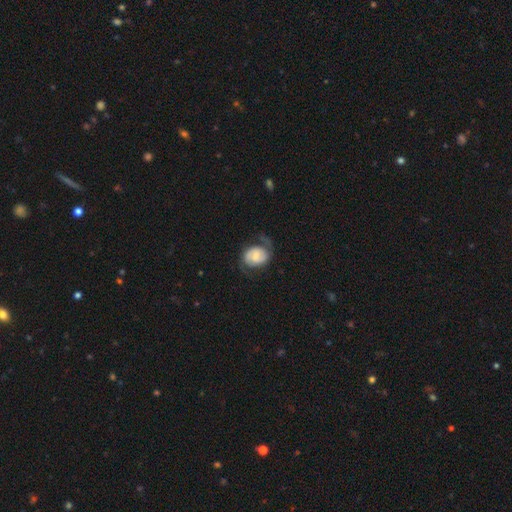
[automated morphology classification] This is possibly a featured or disk galaxy (57%). It is clearly not viewed edge-on (97%). Bar: possibly no (47%). Spiral arm pattern: clearly yes (83%). Central bulge: marginally small (43%). Merging: possibly none (52%).